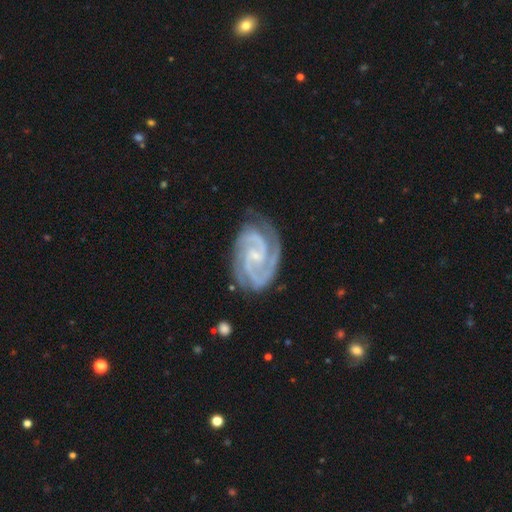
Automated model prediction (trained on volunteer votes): A featured or disk galaxy (93%) with no bar (44%), 2 (68%) tight (58%) spiral arms (99%) and a small central bulge (74%). Merging: none (75%).